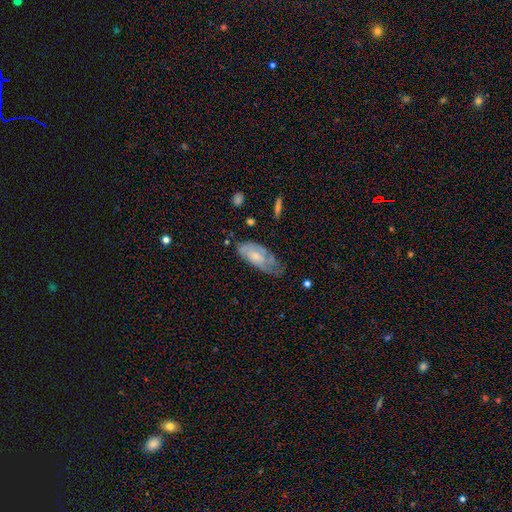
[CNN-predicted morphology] This is possibly a featured or disk galaxy (52%). It is clearly not viewed edge-on (90%). Merging: marginally none (45%).